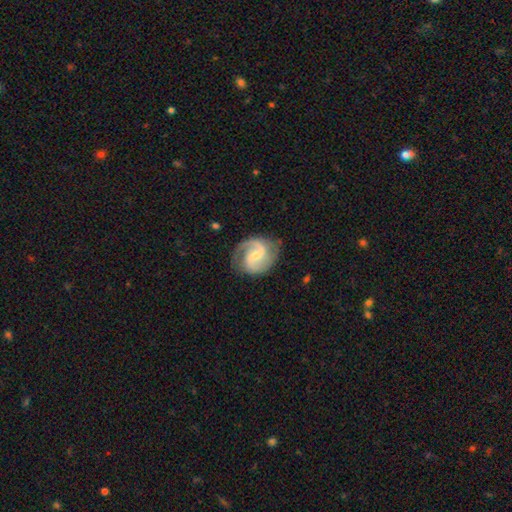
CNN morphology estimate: type=featured or disk (87%); edge-on=no (98%); bar=weak (53%); spiral arms=yes (97%); winding=medium (54%); arm count=2 (87%); bulge=small (60%); merging=none (76%).